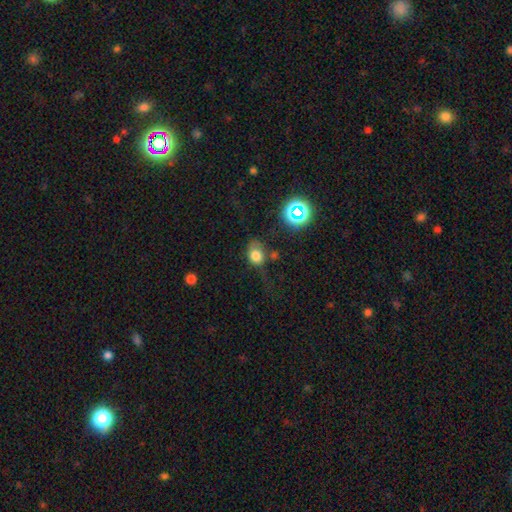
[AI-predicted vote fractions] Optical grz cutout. It shows a smooth galaxy with no disk features (74%) that is in between round and cigar-shaped (49%, tied with round). Merging: none (44%).